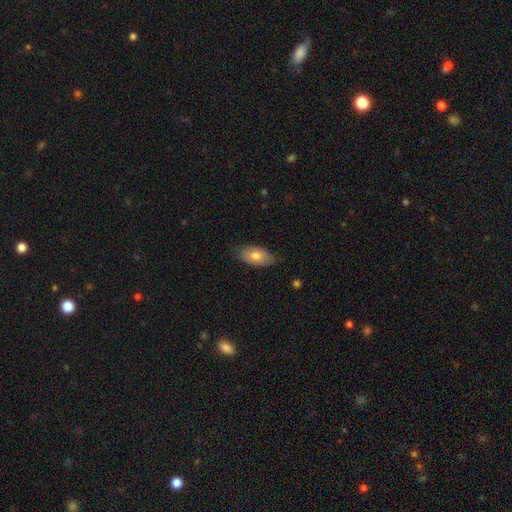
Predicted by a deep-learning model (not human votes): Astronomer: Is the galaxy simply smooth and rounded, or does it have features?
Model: smooth — 72%.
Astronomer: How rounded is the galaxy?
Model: in between — 94%.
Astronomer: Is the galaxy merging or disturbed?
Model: none — 79%.